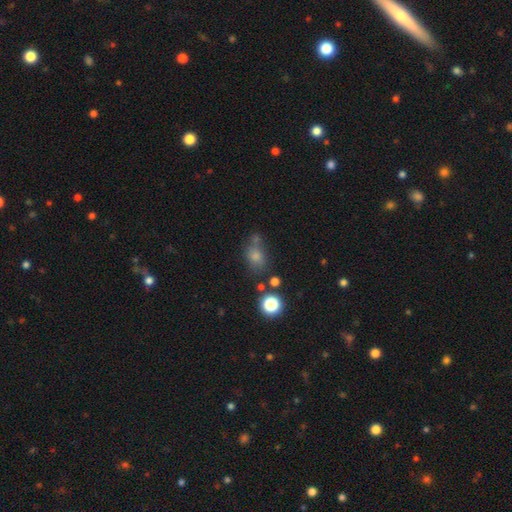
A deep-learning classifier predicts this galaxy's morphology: This is likely a smooth galaxy (72%). How rounded: likely in between (62%). Merging: possibly none (57%).